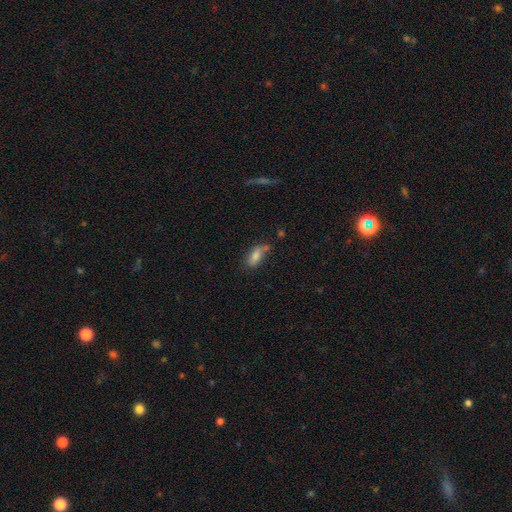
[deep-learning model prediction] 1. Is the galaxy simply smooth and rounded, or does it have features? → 77% smooth, 14% featured or disk, 9% star or artifact.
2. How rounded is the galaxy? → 82% in between, 13% cigar-shaped, 4% round.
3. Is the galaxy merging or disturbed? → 50% none, 28% minor disturbance, 12% merger, 10% major disturbance.